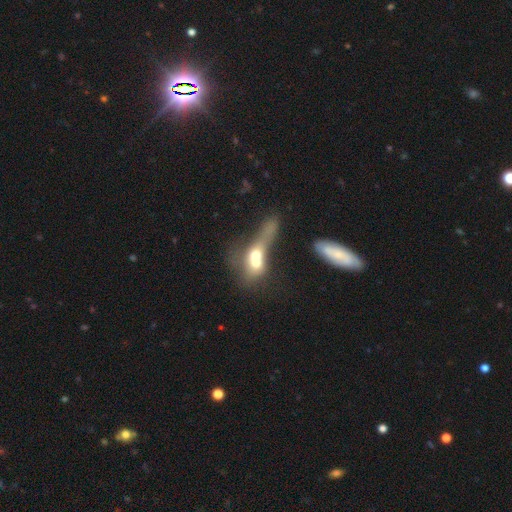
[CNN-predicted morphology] A smooth galaxy with no disk features (55%) that is in between round and cigar-shaped (50%).

Vote fractions:
- Smooth or featured? smooth: 55% / featured or disk: 36% / star or artifact: 10%
- How rounded? in between: 50% / round: 34% / cigar-shaped: 16%
- Merging? merger: 74% / major disturbance: 12% / none: 9% / minor disturbance: 5%